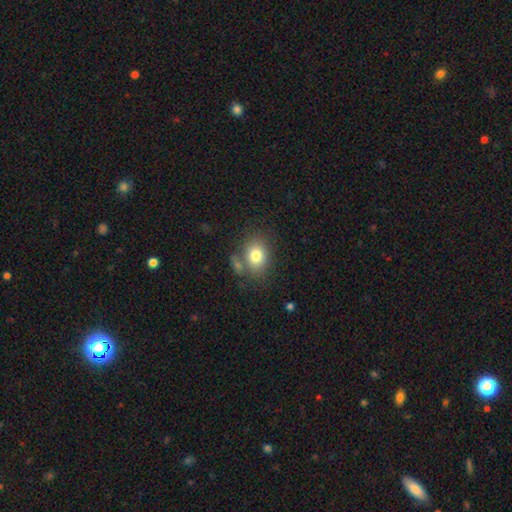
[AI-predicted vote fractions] Morphology: type=smooth (79%); roundness=in between (61%); merging=none (66%).